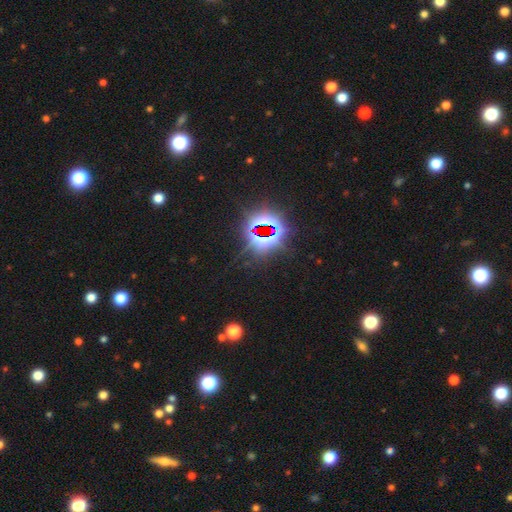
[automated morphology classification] Smooth or featured? star or artifact (80%)